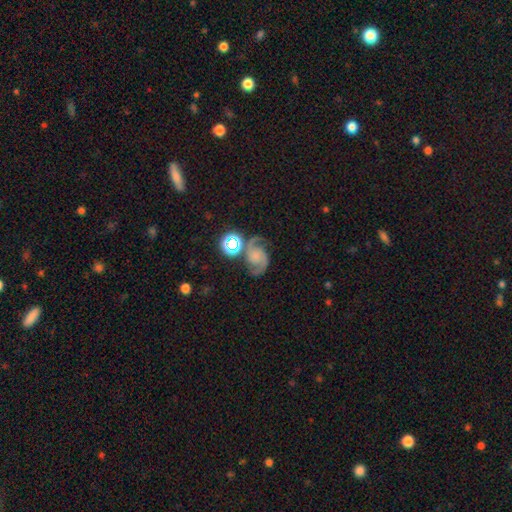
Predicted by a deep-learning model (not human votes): This appears to be a featured or disk galaxy (83%) with no bar (68%), 2 (93%) medium (53%) spiral arms (97%) and a small central bulge (35%, tied with none). Merging: none (65%).